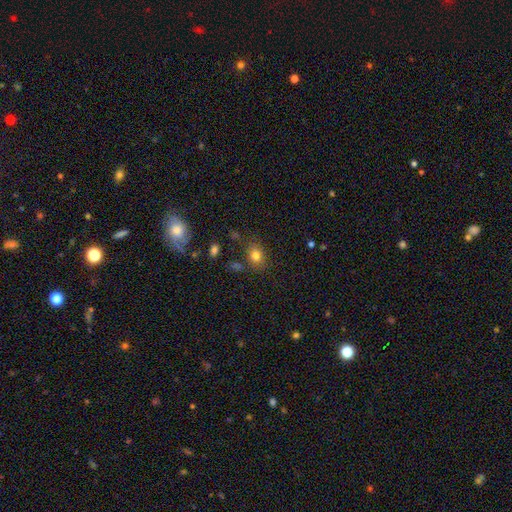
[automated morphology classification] Smooth or featured: smooth — 78% (star or artifact — 12%)
How rounded: in between — 54% (round — 45%)
Merging: none — 77% (minor disturbance — 14%)